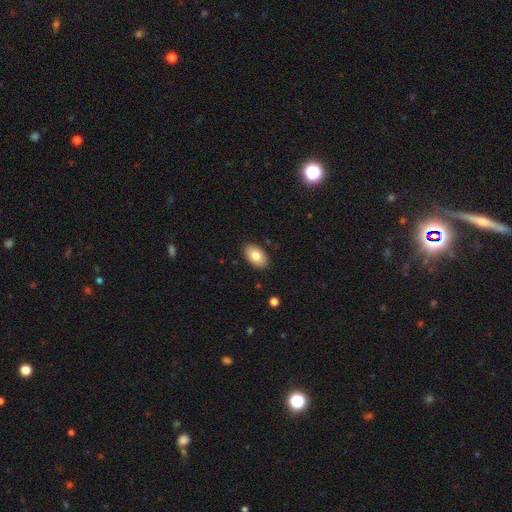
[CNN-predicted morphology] smooth_or_featured: smooth (p=0.80) [alt: featured or disk p=0.13]
how_rounded: in between (p=0.94) [alt: round p=0.05]
merging: none (p=0.88) [alt: minor disturbance p=0.09]